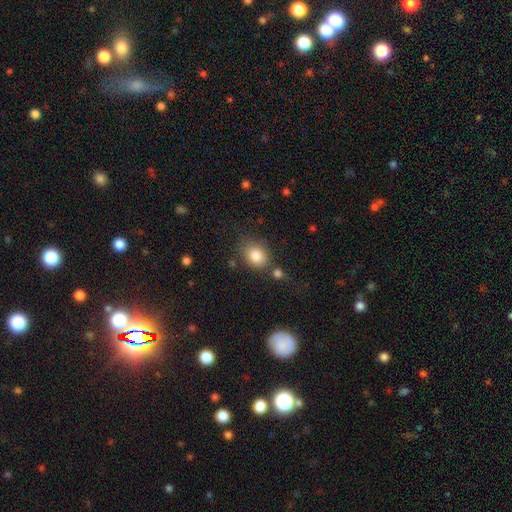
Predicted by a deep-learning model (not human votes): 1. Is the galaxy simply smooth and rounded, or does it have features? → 83% smooth, 9% star or artifact, 8% featured or disk.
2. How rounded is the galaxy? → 53% round, 46% in between, 1% cigar-shaped.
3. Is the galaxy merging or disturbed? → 70% none, 16% minor disturbance, 8% merger, 6% major disturbance.